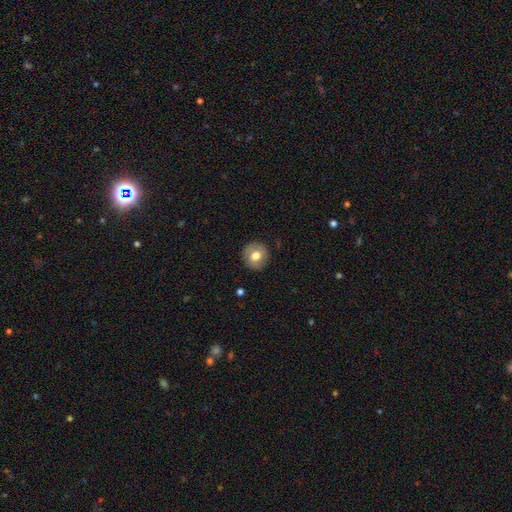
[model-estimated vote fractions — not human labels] This is likely a smooth galaxy (70%). How rounded: clearly round (91%). Merging: clearly none (88%).